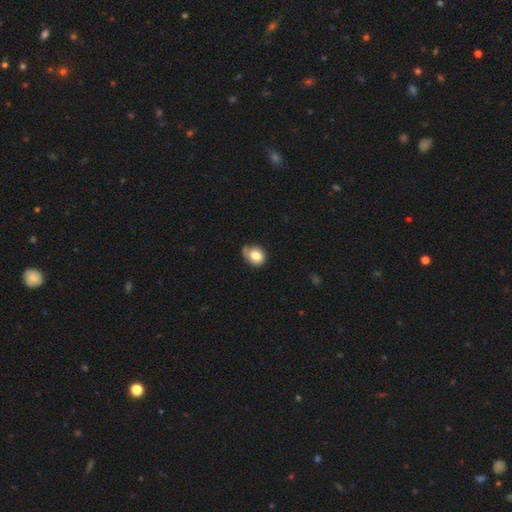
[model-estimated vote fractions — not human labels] Smooth or featured?
  - smooth: 75% *
  - featured or disk: 17%
  - star or artifact: 8%
How rounded?
  - round: 55% *
  - in between: 44%
  - cigar-shaped: 1%
Merging?
  - none: 48% *
  - minor disturbance: 36%
  - major disturbance: 13%
  - merger: 4%